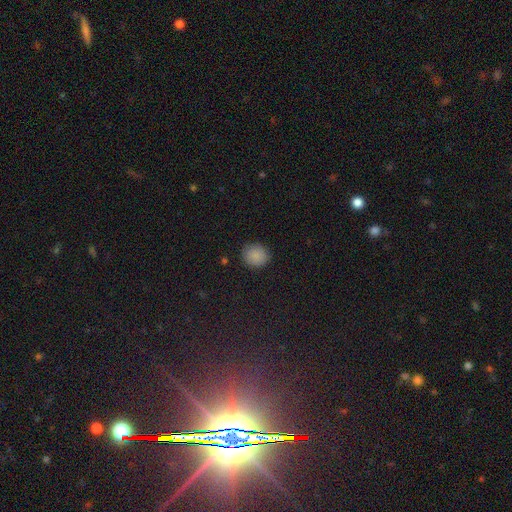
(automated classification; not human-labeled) Smooth or featured: smooth — 87% (star or artifact — 9%)
How rounded: round — 78% (in between — 21%)
Merging: none — 87% (minor disturbance — 9%)